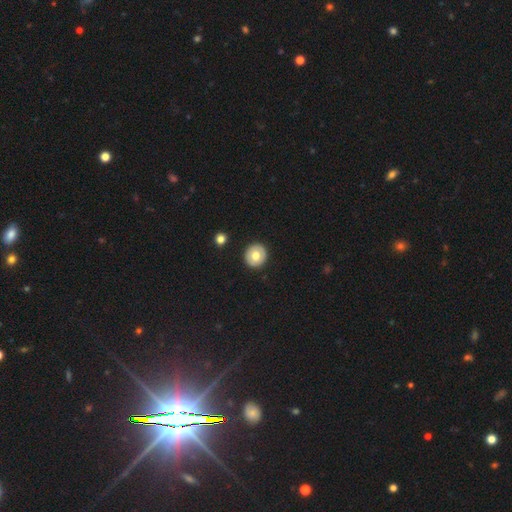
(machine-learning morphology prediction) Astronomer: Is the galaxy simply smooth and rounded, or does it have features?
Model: smooth — 67%.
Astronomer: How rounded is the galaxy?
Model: round — 90%.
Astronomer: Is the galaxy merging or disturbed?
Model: none — 92%.